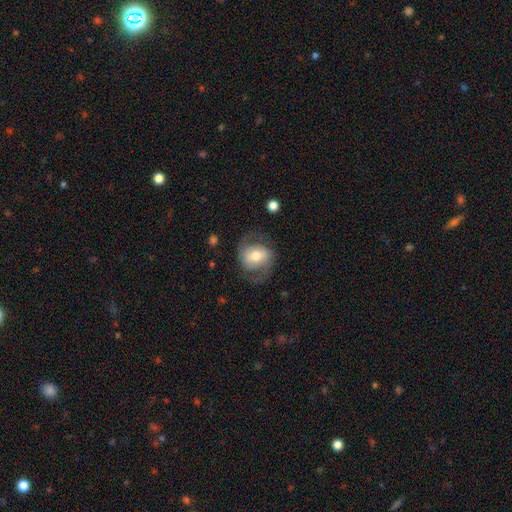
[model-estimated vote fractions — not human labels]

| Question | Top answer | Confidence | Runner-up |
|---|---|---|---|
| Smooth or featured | featured or disk | 71% | smooth (22%) |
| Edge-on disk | no | 97% | yes (3%) |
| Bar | no | 44% | weak (38%) |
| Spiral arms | yes | 87% | no (13%) |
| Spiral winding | medium | 51% | loose (26%) |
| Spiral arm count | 2 | 89% | can't tell (5%) |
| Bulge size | moderate | 68% | small (19%) |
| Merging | none | 73% | minor disturbance (15%) |